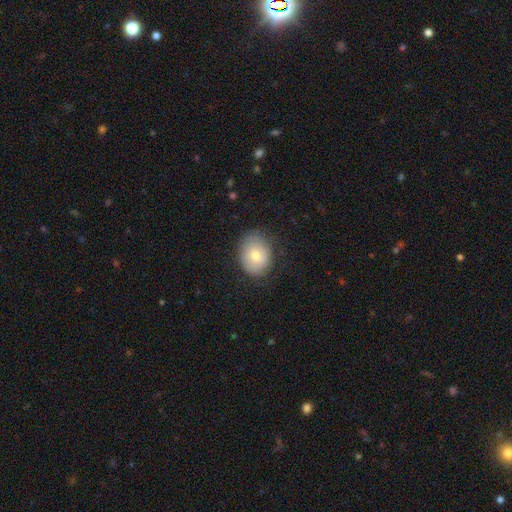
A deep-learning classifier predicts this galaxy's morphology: A smooth galaxy with no disk features (69%) that is round (52%).

Vote fractions:
- Smooth or featured? smooth: 69% / featured or disk: 23% / star or artifact: 8%
- How rounded? round: 52% / in between: 47% / cigar-shaped: 1%
- Merging? none: 76% / minor disturbance: 18% / major disturbance: 5% / merger: 1%